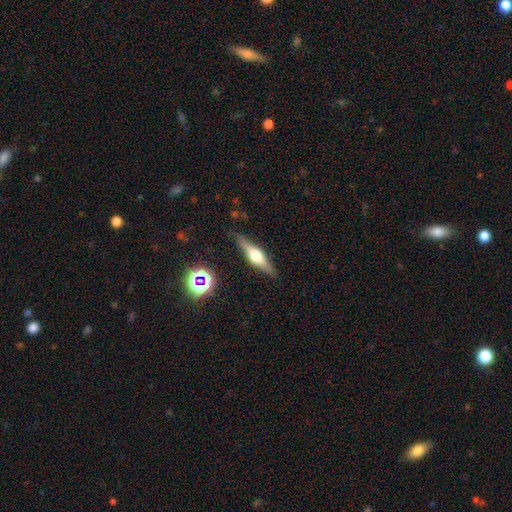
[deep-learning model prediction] Q: Smooth or featured?
A: featured or disk (67%); runner-up: smooth (25%)
Q: Edge-on disk?
A: yes (96%); runner-up: no (4%)
Q: Edge-on bulge?
A: rounded (92%); runner-up: boxy (6%)
Q: Merging?
A: none (86%); runner-up: minor disturbance (10%)